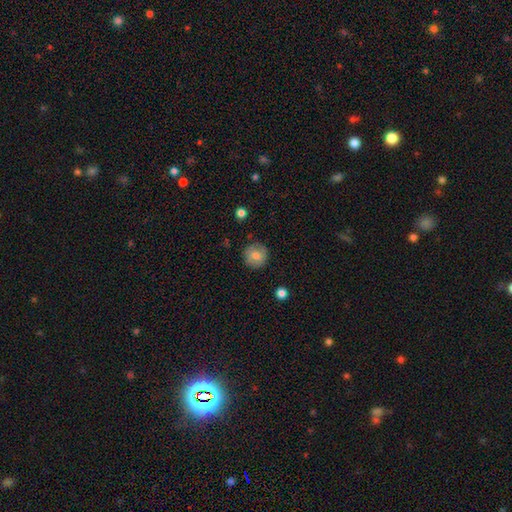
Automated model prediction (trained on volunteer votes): A smooth galaxy with no disk features (77%) that is round (92%). Merging: none (86%).